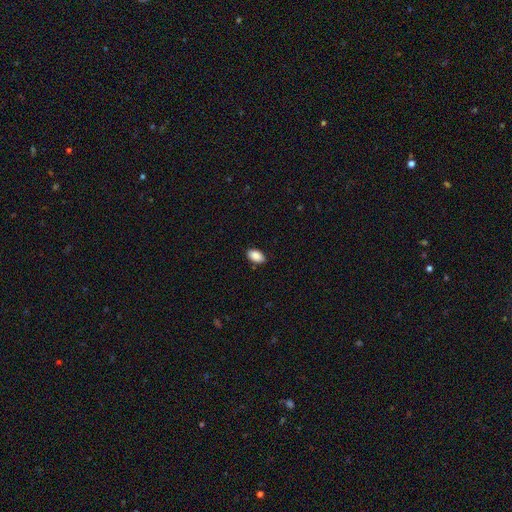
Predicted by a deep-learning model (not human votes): A smooth galaxy with no disk features (89%) that is in between round and cigar-shaped (93%).

Vote fractions:
- Smooth or featured? smooth: 89% / star or artifact: 7% / featured or disk: 4%
- How rounded? in between: 93% / round: 5% / cigar-shaped: 2%
- Merging? none: 86% / minor disturbance: 11% / major disturbance: 2% / merger: 1%